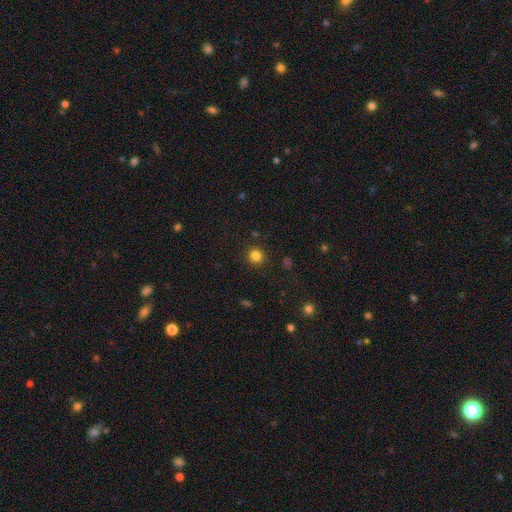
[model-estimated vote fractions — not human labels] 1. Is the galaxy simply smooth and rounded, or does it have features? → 82% smooth, 13% star or artifact, 4% featured or disk.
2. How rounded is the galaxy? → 93% round, 6% in between, 1% cigar-shaped.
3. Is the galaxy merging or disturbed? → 91% none, 5% minor disturbance, 2% major disturbance, 1% merger.